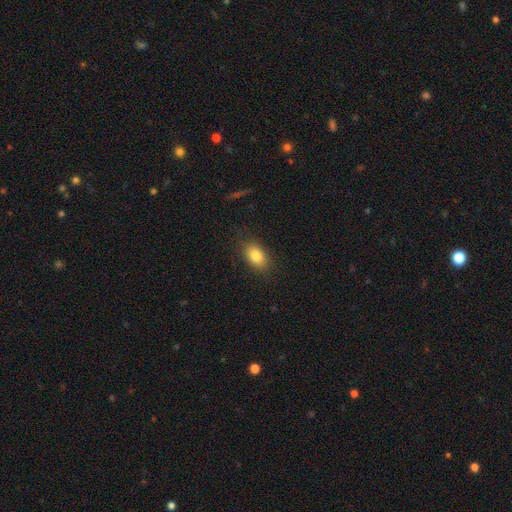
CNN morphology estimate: A smooth galaxy with no disk features (82%) that is in between round and cigar-shaped (84%).

Vote fractions:
- Smooth or featured? smooth: 82% / star or artifact: 9% / featured or disk: 9%
- How rounded? in between: 84% / round: 14% / cigar-shaped: 2%
- Merging? none: 85% / minor disturbance: 11% / major disturbance: 3% / merger: 1%